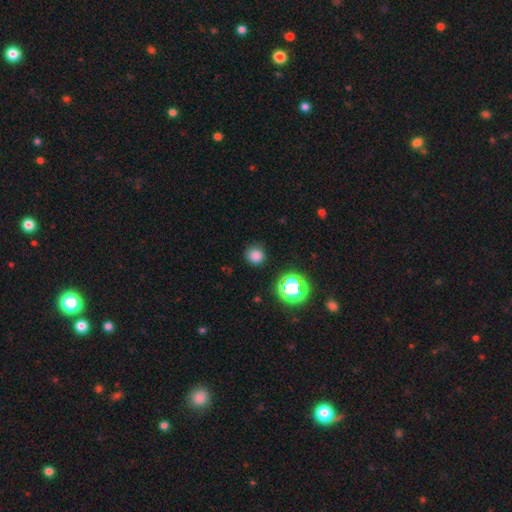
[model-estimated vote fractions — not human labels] smooth-or-featured: smooth: 77% | star or artifact: 18% | featured or disk: 4%
  how-rounded: round: 90% | in between: 9% | cigar-shaped: 1%
  merging: none: 87% | minor disturbance: 8% | major disturbance: 3% | merger: 2%